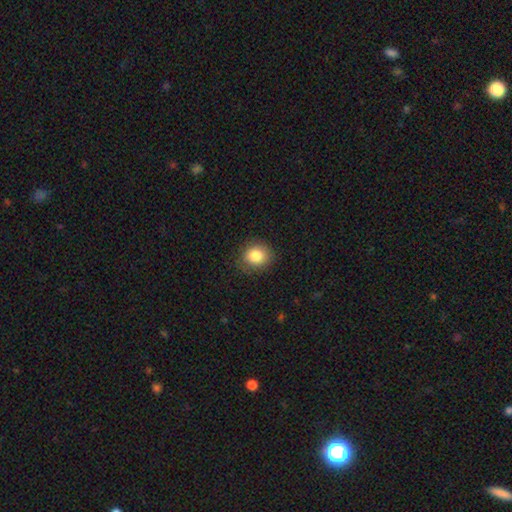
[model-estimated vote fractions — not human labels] This is clearly a smooth galaxy (84%). How rounded: likely round (73%). Merging: clearly none (83%).